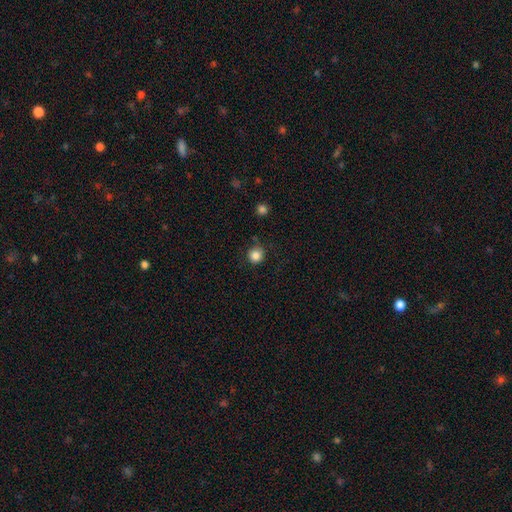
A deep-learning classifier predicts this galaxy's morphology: Smooth or featured? smooth (84%)
How rounded? round (93%)
Merging? none (82%)